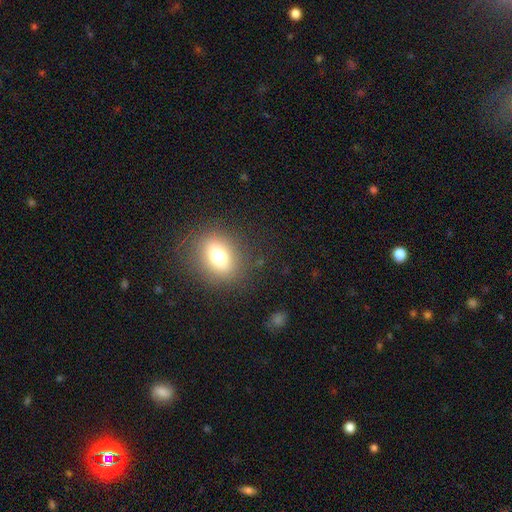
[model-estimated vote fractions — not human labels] This is likely a smooth galaxy (70%). How rounded: likely in between (63%). Merging: clearly none (87%).